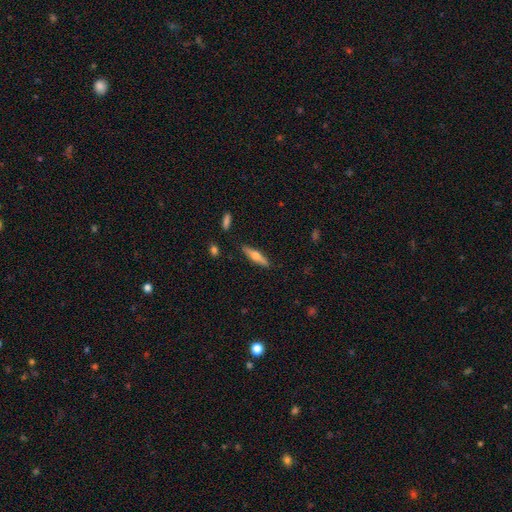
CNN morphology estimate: smooth 50%, featured or disk 44%, star or artifact 6%. Down the decision tree: merging — none (87%).